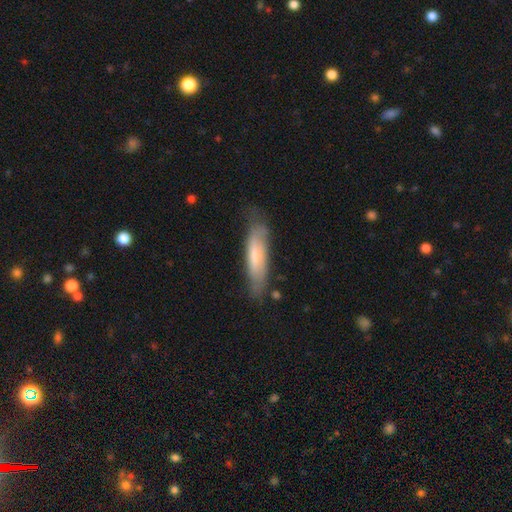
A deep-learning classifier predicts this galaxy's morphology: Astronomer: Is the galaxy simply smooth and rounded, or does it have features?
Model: smooth — 59% (runner-up: featured or disk, 35%).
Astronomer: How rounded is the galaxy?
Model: cigar-shaped — 70%.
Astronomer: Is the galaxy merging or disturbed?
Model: none — 65%.